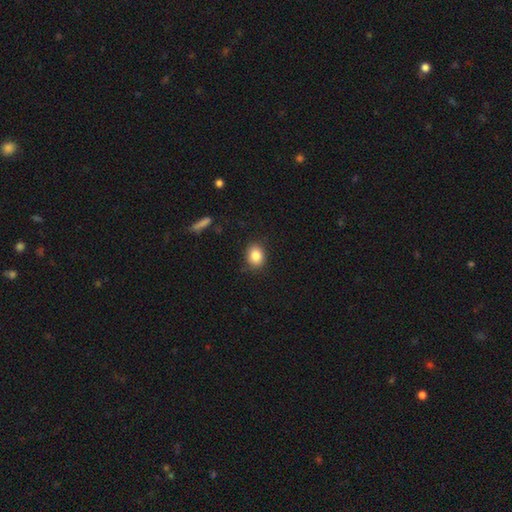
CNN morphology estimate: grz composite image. It shows a smooth galaxy with no disk features (85%) that is in between round and cigar-shaped (52%). Merging: none (85%).